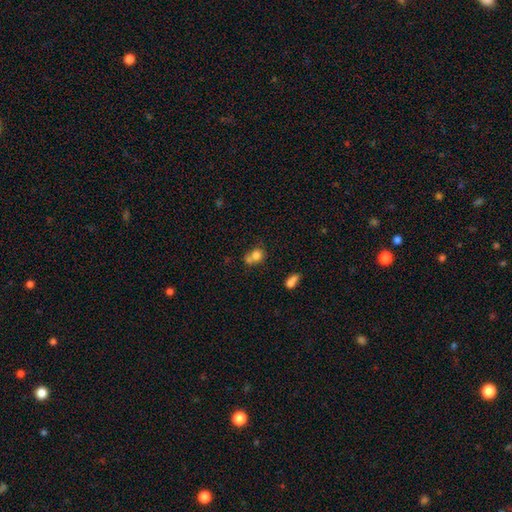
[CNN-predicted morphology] type=smooth (77%); roundness=round (69%); merging=merger (47%).